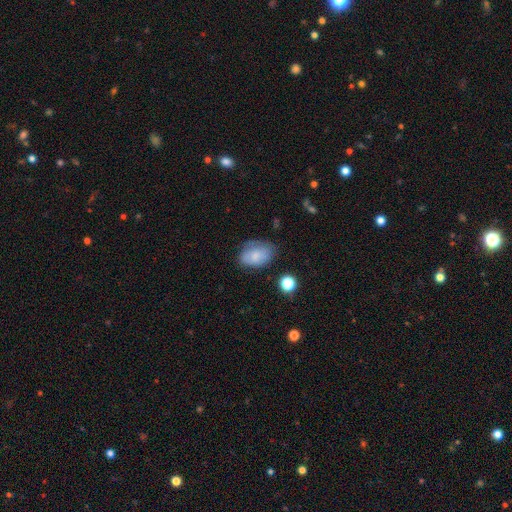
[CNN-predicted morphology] The model was most divided on "merging": none: 62%, minor disturbance: 27%, major disturbance: 8%, merger: 3%. More confident: how rounded — in between (84%); smooth or featured — smooth (75%).